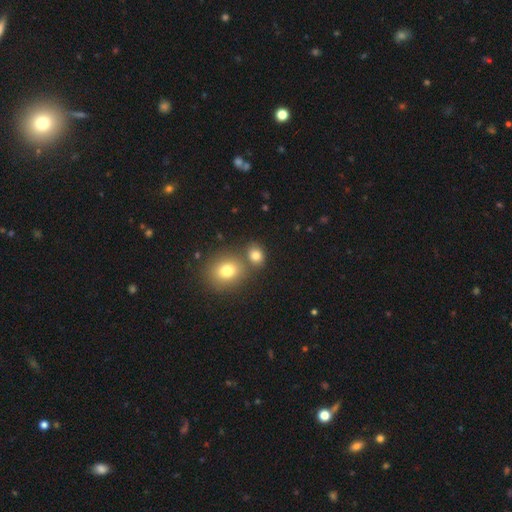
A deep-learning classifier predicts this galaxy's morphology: A smooth galaxy with no disk features (79%) that is round (62%). Merging: none (62%).